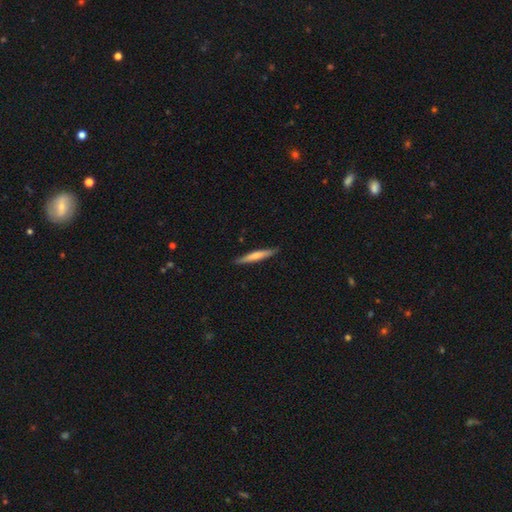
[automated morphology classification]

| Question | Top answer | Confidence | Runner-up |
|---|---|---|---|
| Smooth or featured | smooth | 62% | featured or disk (33%) |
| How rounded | cigar-shaped | 94% | in between (5%) |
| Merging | none | 89% | minor disturbance (9%) |